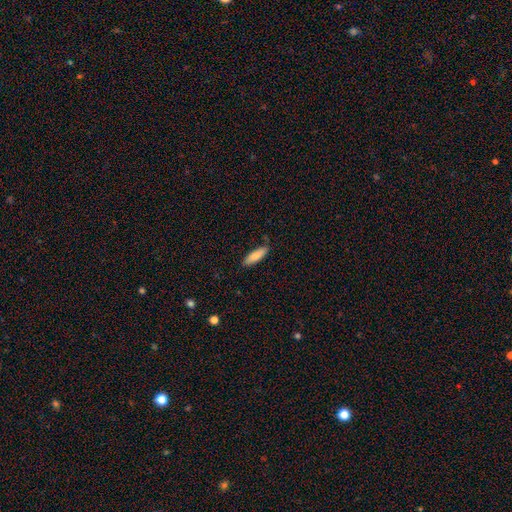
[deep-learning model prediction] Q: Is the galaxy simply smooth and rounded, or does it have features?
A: smooth — 85%.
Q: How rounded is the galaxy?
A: in between — 49%, tied with cigar-shaped.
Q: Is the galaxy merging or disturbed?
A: none — 81%.